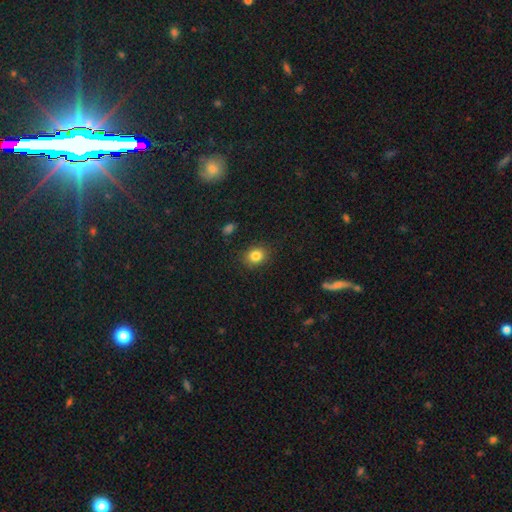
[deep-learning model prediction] This appears to be a smooth galaxy with no disk features (83%) that is round (57%). Merging: none (87%).